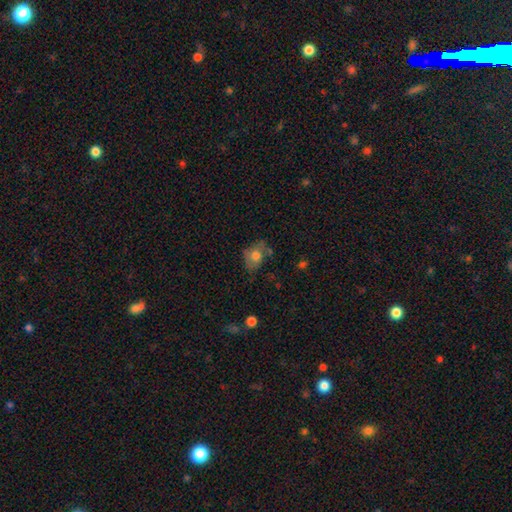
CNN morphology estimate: A smooth galaxy with no disk features (67%) that is in between round and cigar-shaped (73%). Merging: none (51%).